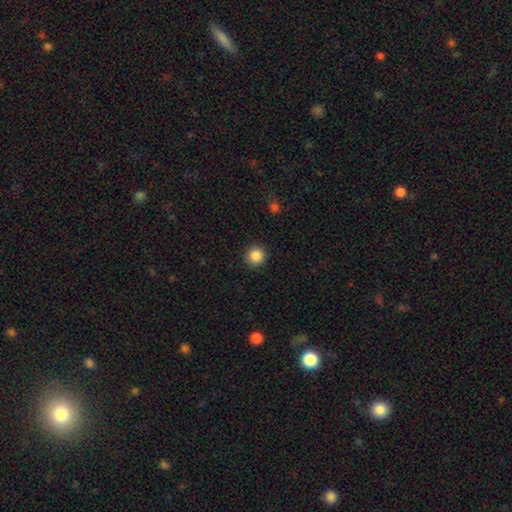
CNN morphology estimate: This appears to be a smooth galaxy with no disk features (86%) that is round (94%). Merging: none (91%).